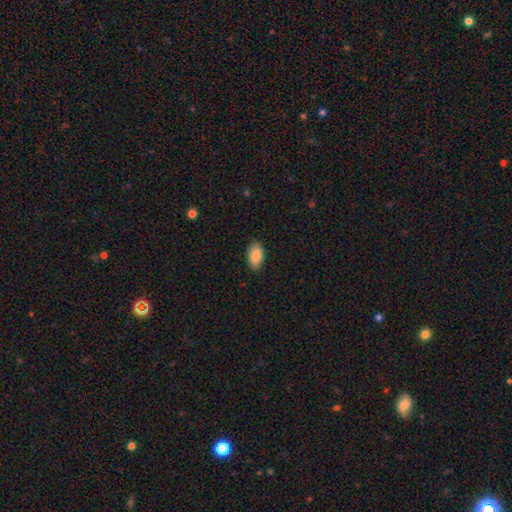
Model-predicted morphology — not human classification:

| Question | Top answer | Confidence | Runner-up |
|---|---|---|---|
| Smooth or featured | smooth | 86% | featured or disk (7%) |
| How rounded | in between | 94% | round (4%) |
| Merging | none | 87% | minor disturbance (10%) |